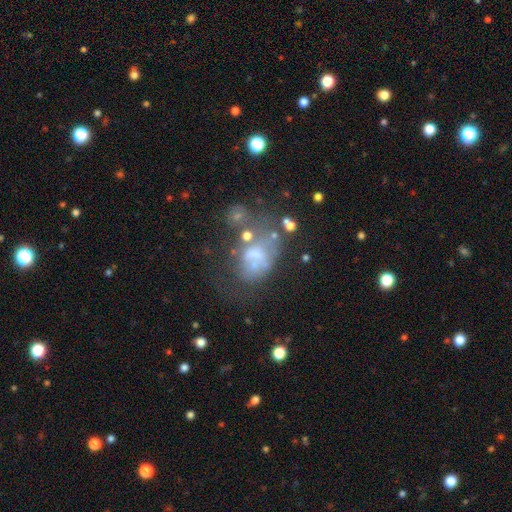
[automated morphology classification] Smooth or featured? featured or disk (42%)
Merging? major disturbance (35%)